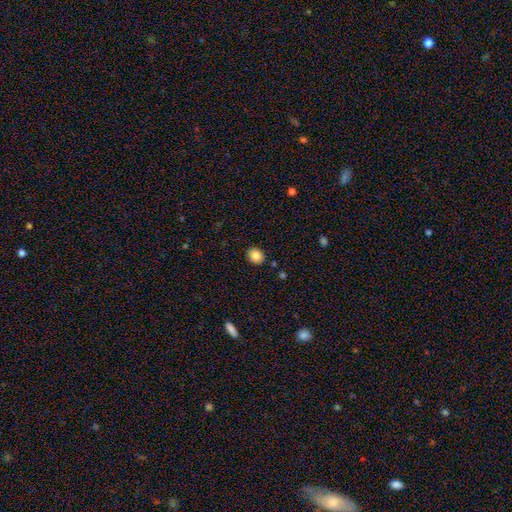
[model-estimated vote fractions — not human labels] A smooth galaxy with no disk features (85%) that is round (66%).

Vote fractions:
- Smooth or featured? smooth: 85% / star or artifact: 10% / featured or disk: 5%
- How rounded? round: 66% / in between: 34% / cigar-shaped: 1%
- Merging? none: 88% / minor disturbance: 8% / major disturbance: 2% / merger: 2%